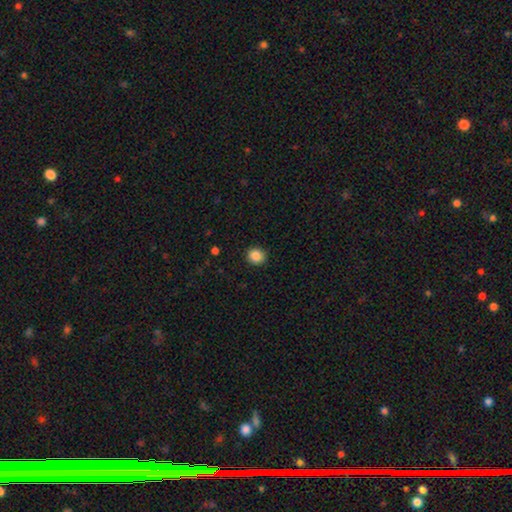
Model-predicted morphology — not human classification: The model was most divided on "how rounded": round: 85%, in between: 14%, cigar-shaped: 1%. More confident: merging — none (90%); smooth or featured — smooth (87%).